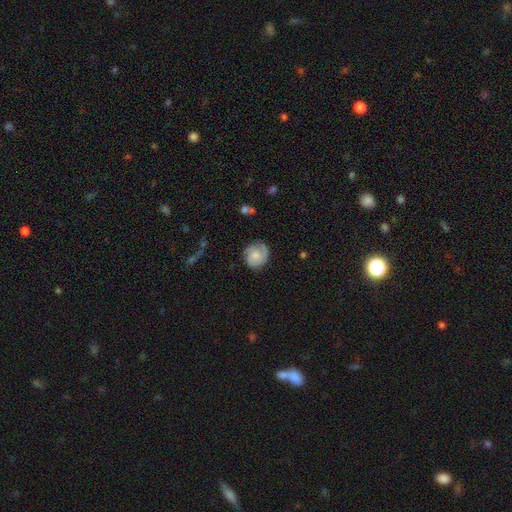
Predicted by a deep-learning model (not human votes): Morphology: type=smooth (47%); merging=none (71%).